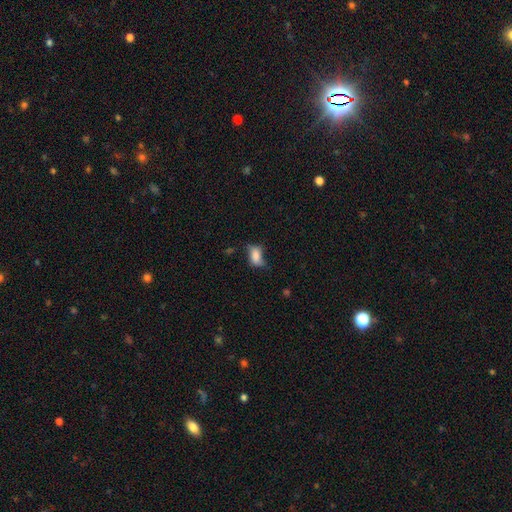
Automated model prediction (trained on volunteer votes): Q: Smooth or featured?
A: smooth (75%); runner-up: featured or disk (16%)
Q: How rounded?
A: in between (87%); runner-up: round (9%)
Q: Merging?
A: none (47%); runner-up: minor disturbance (33%)